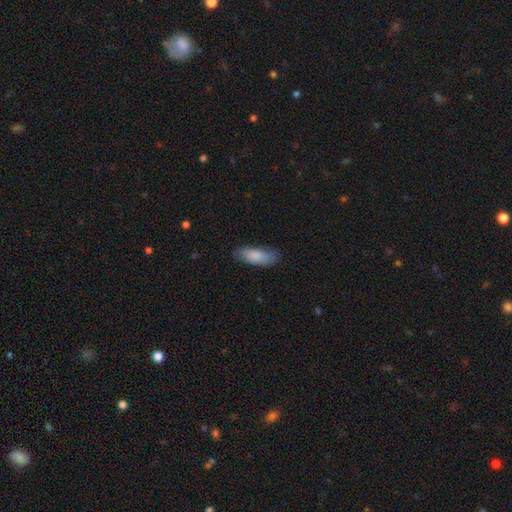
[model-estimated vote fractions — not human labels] The model was most divided on "how rounded": in between: 71%, cigar-shaped: 27%, round: 2%. More confident: smooth or featured — smooth (85%); merging — none (79%).